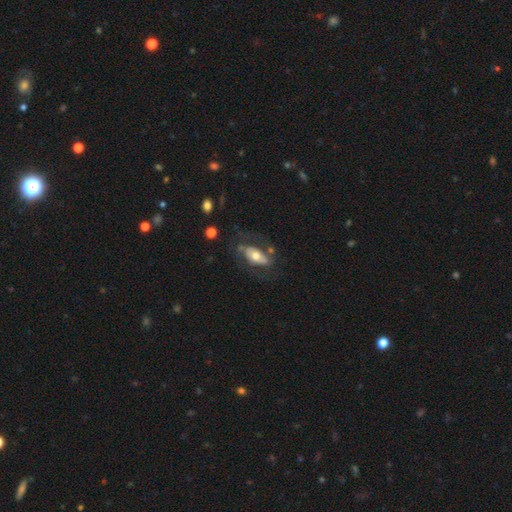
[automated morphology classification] smooth-or-featured: featured or disk: 50% | smooth: 44% | star or artifact: 6%
  merging: none: 54% | minor disturbance: 21% | major disturbance: 20% | merger: 5%